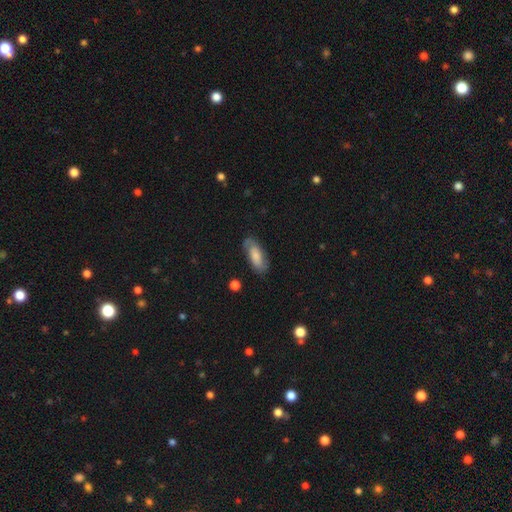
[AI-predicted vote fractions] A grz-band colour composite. It shows a smooth galaxy with no disk features (56%) that is in between round and cigar-shaped (80%). Merging: none (75%).